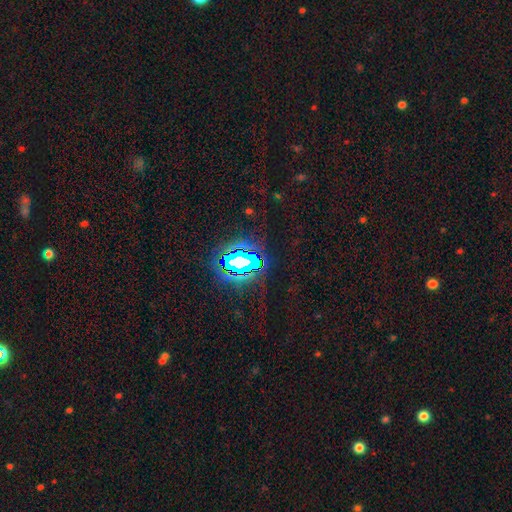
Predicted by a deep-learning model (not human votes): This is likely a star or artifact rather than a galaxy (76%).